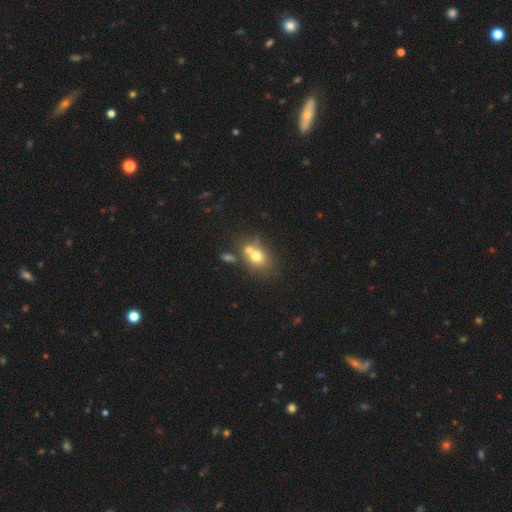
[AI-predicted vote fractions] Overall: smooth (69%). How rounded: in between (51%; round 47%). Merging: none (42%; merger 41%).